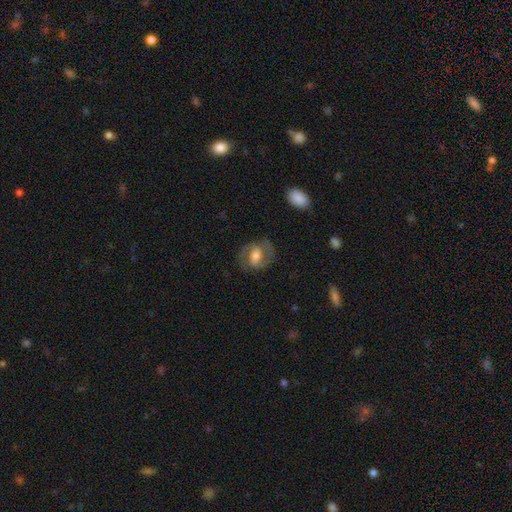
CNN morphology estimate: The model was most divided on "bar": weak: 45%, strong: 30%, no: 25%. More confident: edge-on disk — no (97%); spiral arm count — 2 (90%); spiral arms — yes (89%); merging — none (77%); smooth or featured — featured or disk (74%); bulge size — moderate (60%); spiral winding — medium (57%).